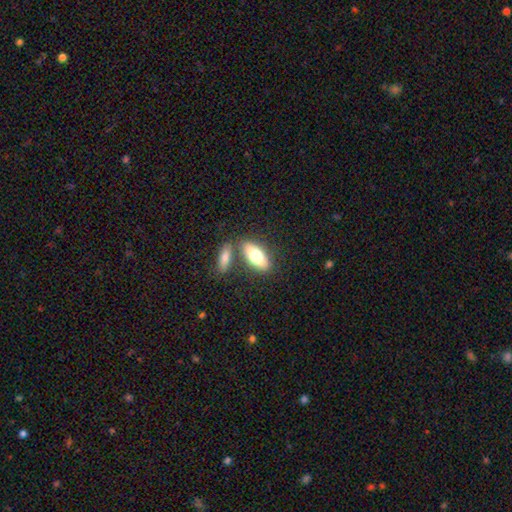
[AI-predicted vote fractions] Smooth or featured: smooth — 71% (featured or disk — 23%)
How rounded: in between — 82% (cigar-shaped — 15%)
Merging: none — 63% (merger — 22%)